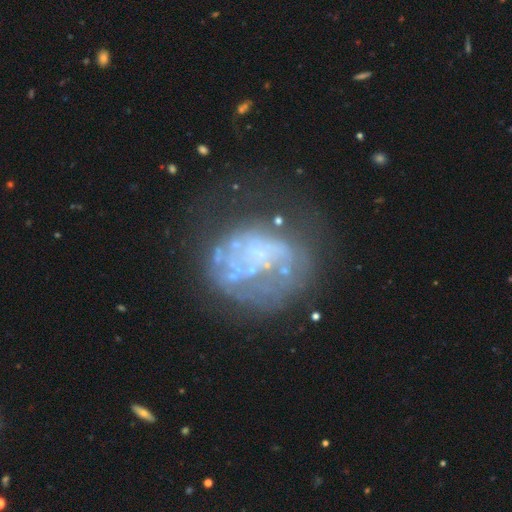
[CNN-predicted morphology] type=featured or disk (65%); edge-on=no (98%); bar=no (90%); spiral arms=no (83%); bulge=none (74%); merging=none (39%).